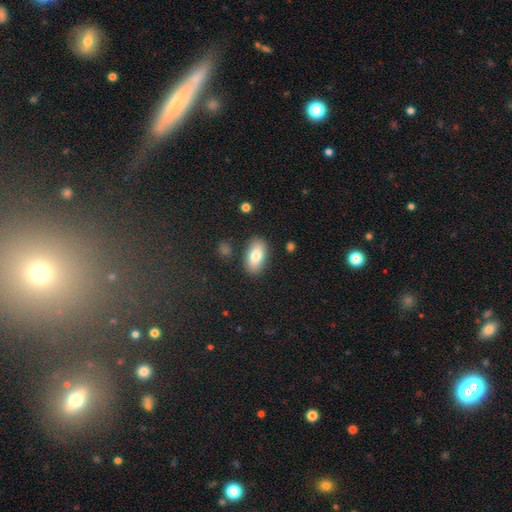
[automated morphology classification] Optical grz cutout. It shows a smooth galaxy with no disk features (79%) that is in between round and cigar-shaped (92%). Merging: none (84%).